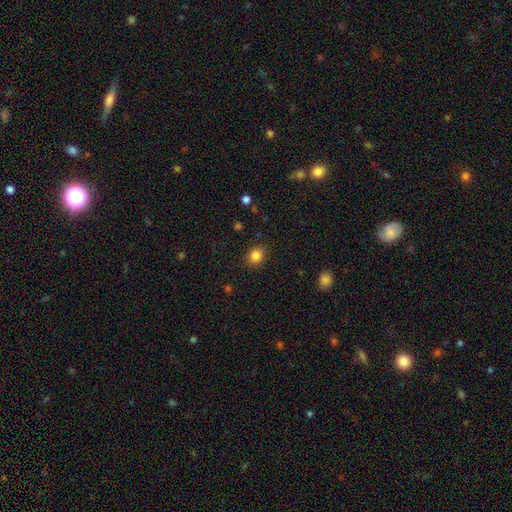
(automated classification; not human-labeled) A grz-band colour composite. It shows a smooth galaxy with no disk features (85%) that is round (70%). Merging: none (88%).